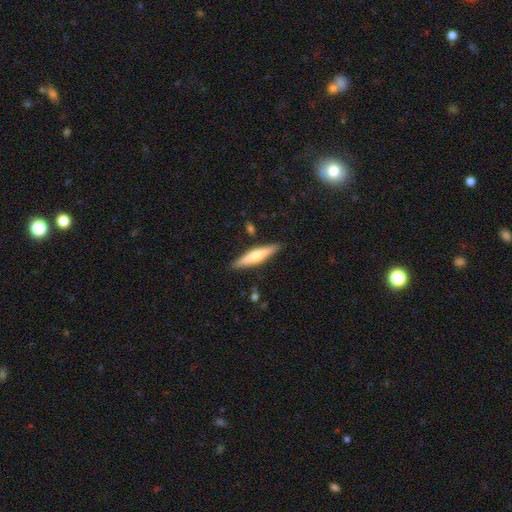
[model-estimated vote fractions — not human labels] This is possibly a featured or disk galaxy (50%). It is clearly viewed edge-on (94%). Merging: clearly none (87%).